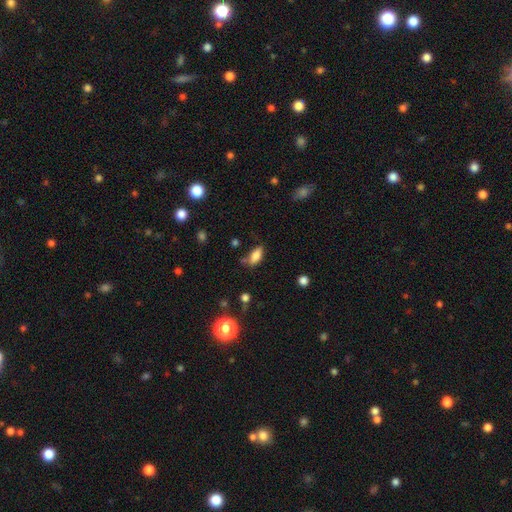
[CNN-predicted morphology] smooth 81%, featured or disk 10%, star or artifact 9%. Down the decision tree: how rounded — in between (85%); merging — none (60%).